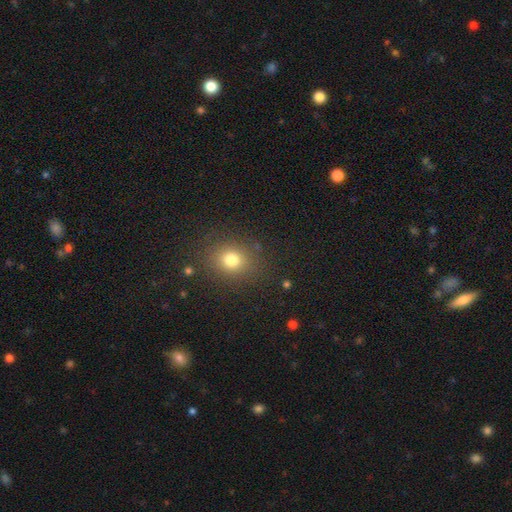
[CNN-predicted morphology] This is likely a smooth galaxy (64%). How rounded: likely round (78%). Merging: clearly none (90%).